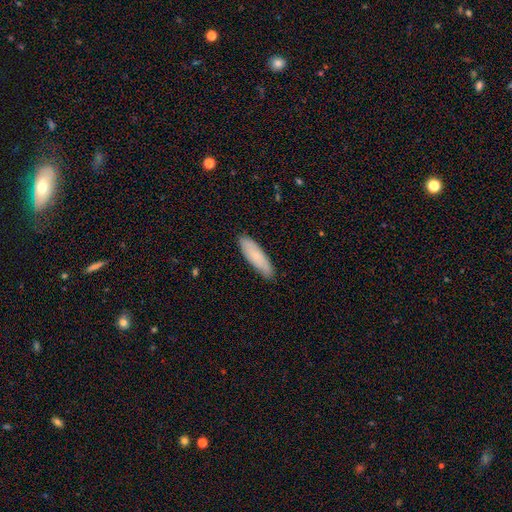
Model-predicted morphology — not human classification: Smooth or featured: smooth — 81% (featured or disk — 13%)
How rounded: cigar-shaped — 62% (in between — 37%)
Merging: none — 87% (minor disturbance — 10%)